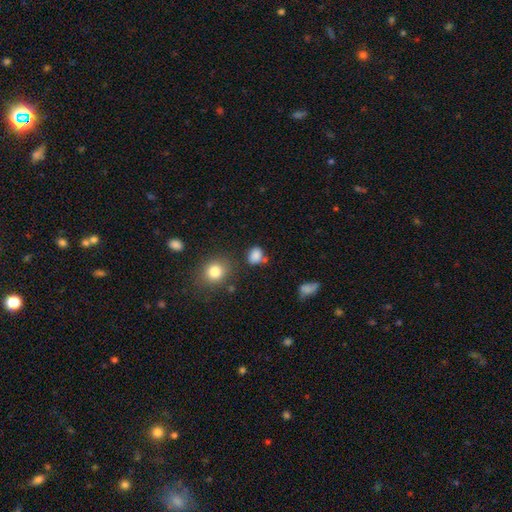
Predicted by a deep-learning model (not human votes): smooth_or_featured: smooth (p=0.83) [alt: star or artifact p=0.12]
how_rounded: in between (p=0.53) [alt: round p=0.46]
merging: none (p=0.61) [alt: minor disturbance p=0.21]